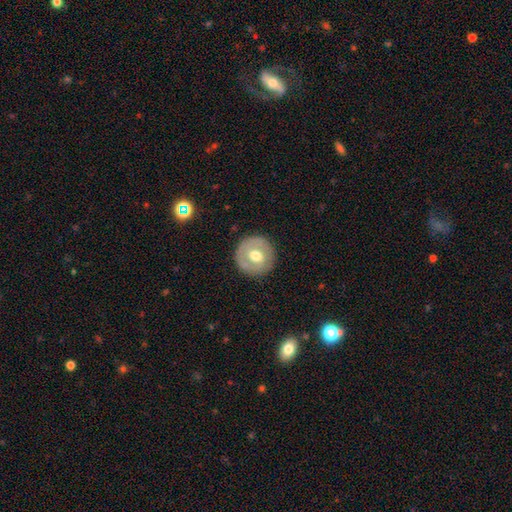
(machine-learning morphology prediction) Smooth or featured?
  - smooth: 53% *
  - featured or disk: 41%
  - star or artifact: 6%
How rounded?
  - round: 94% *
  - in between: 5%
  - cigar-shaped: 1%
Merging?
  - none: 87% *
  - minor disturbance: 9%
  - major disturbance: 3%
  - merger: 1%